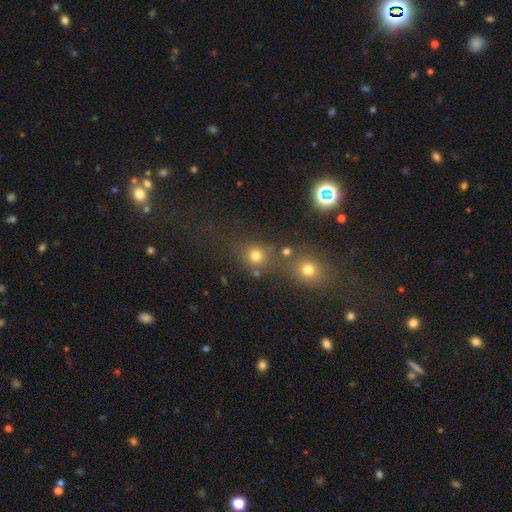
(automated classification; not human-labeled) smooth 75%, star or artifact 18%, featured or disk 7%. Down the decision tree: how rounded — round (86%); merging — none (62%).